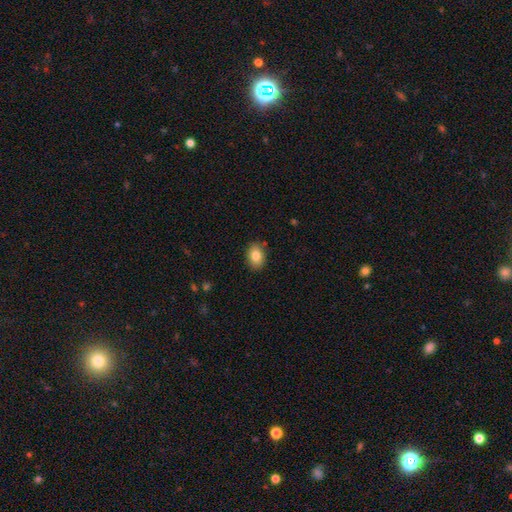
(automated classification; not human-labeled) Overall: smooth (84%). How rounded: in between (78%). Merging: none (86%).